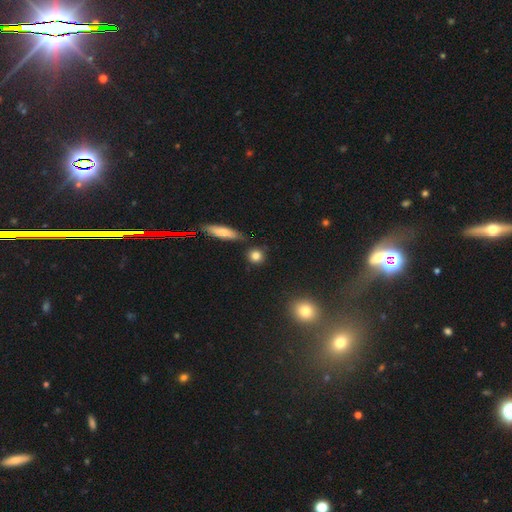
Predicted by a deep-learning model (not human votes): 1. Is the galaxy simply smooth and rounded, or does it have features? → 82% smooth, 12% star or artifact, 7% featured or disk.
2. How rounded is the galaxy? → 87% round, 10% in between, 3% cigar-shaped.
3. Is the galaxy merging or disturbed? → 82% none, 10% minor disturbance, 5% merger, 3% major disturbance.